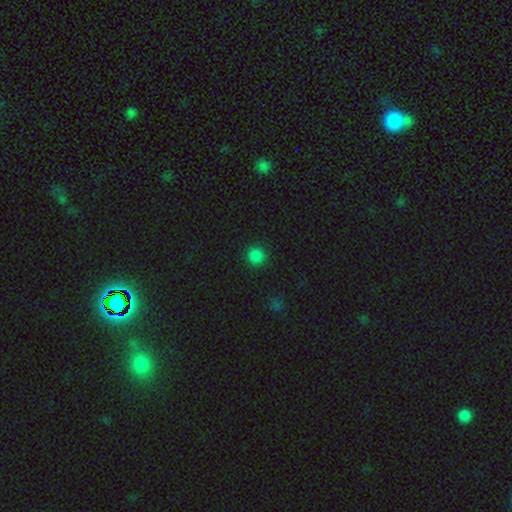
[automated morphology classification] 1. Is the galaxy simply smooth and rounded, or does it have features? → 84% smooth, 14% star or artifact, 3% featured or disk.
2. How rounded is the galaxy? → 95% round, 5% in between, 1% cigar-shaped.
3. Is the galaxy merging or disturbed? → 91% none, 5% minor disturbance, 2% major disturbance, 1% merger.